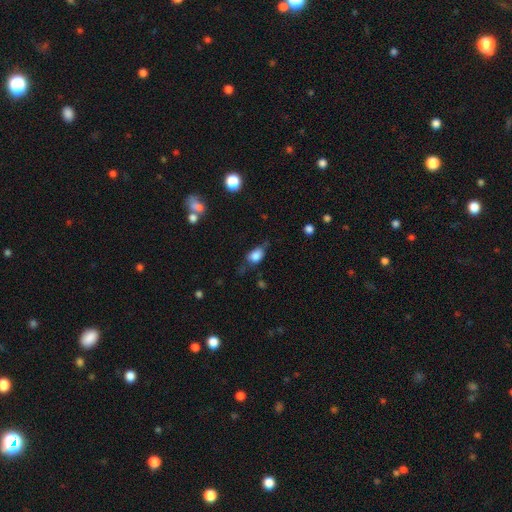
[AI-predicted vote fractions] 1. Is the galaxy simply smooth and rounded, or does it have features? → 78% smooth, 13% featured or disk, 9% star or artifact.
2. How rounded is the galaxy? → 78% in between, 18% round, 3% cigar-shaped.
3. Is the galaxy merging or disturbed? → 50% none, 33% minor disturbance, 14% major disturbance, 3% merger.